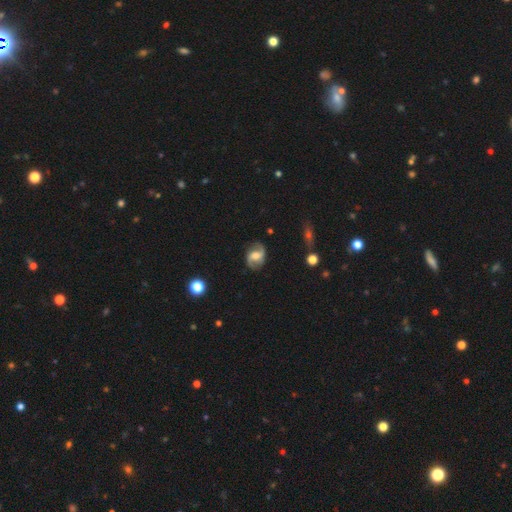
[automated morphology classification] type=featured or disk (77%); edge-on=no (97%); bar=weak (48%); spiral arms=yes (94%); winding=loose (47%); arm count=2 (91%); bulge=moderate (57%); merging=none (80%).